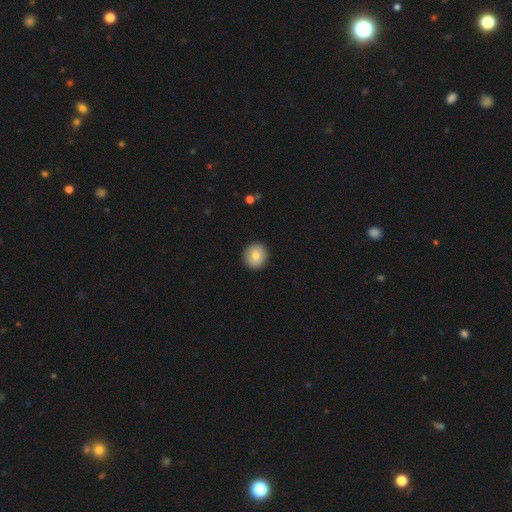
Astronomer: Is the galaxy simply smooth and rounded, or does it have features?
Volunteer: smooth — 78%.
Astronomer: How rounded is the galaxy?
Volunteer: round — 97%.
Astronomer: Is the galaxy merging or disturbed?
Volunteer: none — 94%.